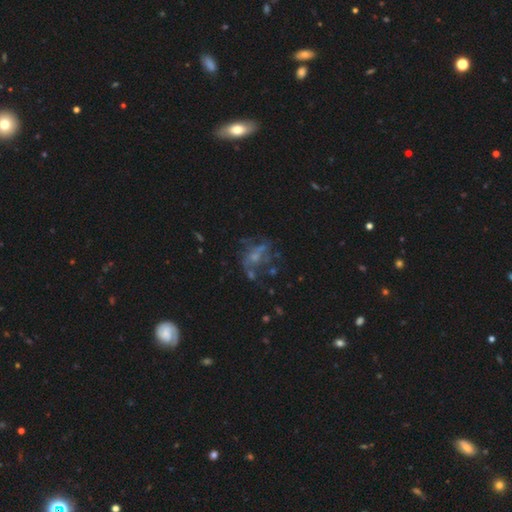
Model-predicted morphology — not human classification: Smooth or featured? Predicted: featured or disk (p=0.57). Edge-on disk? Predicted: no (p=0.95). Bar? Predicted: no (p=0.73). Spiral arms? Predicted: no (p=0.68). Bulge size? Predicted: small (p=0.35). Merging? Predicted: none (p=0.44).